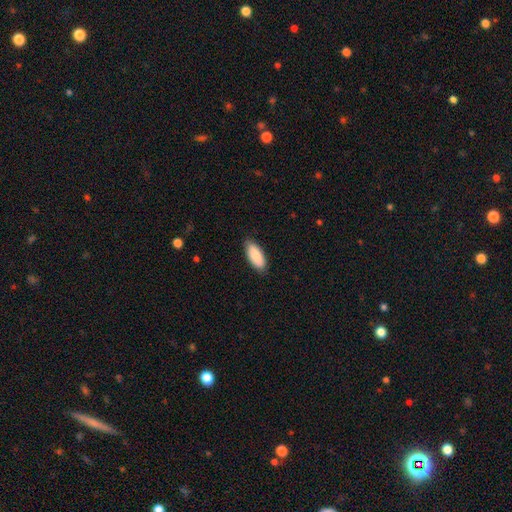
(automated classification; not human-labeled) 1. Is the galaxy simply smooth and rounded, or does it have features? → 90% smooth, 5% star or artifact, 5% featured or disk.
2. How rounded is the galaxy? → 82% in between, 16% cigar-shaped, 2% round.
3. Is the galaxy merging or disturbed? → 86% none, 11% minor disturbance, 2% major disturbance, 1% merger.